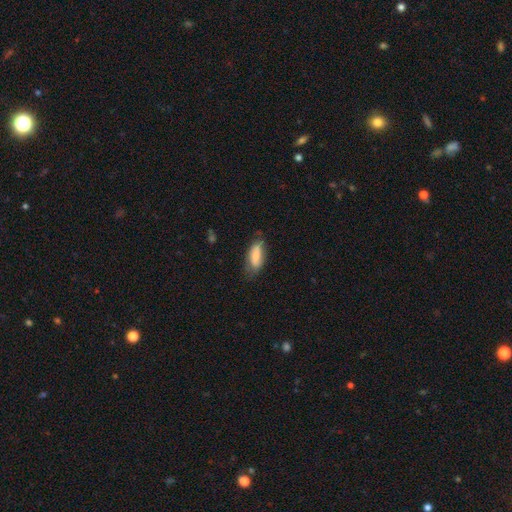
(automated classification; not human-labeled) smooth-or-featured: smooth: 74% | featured or disk: 19% | star or artifact: 7%
  how-rounded: in between: 78% | cigar-shaped: 20% | round: 2%
  merging: none: 62% | minor disturbance: 28% | major disturbance: 8% | merger: 2%